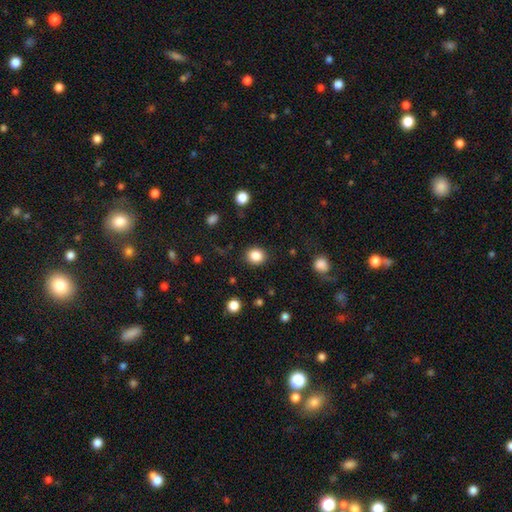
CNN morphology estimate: Smooth or featured: smooth — 86% (star or artifact — 10%)
How rounded: round — 77% (in between — 22%)
Merging: none — 89% (minor disturbance — 7%)